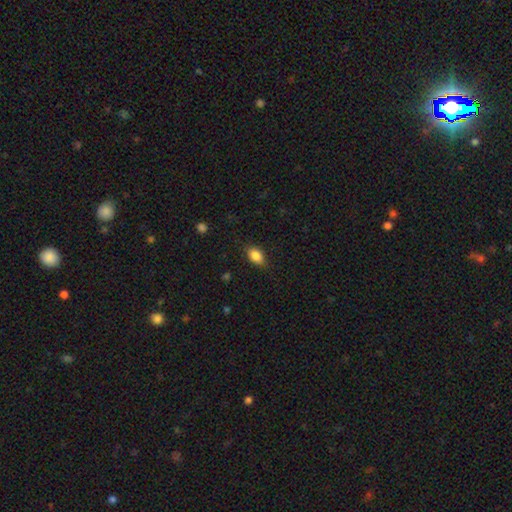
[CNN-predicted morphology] This appears to be a smooth galaxy with no disk features (86%) that is in between round and cigar-shaped (88%). Merging: none (84%).